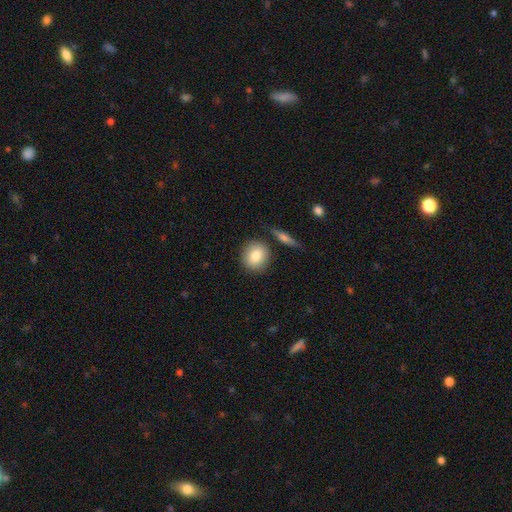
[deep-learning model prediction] Smooth or featured? smooth (82%)
How rounded? round (83%)
Merging? none (82%)